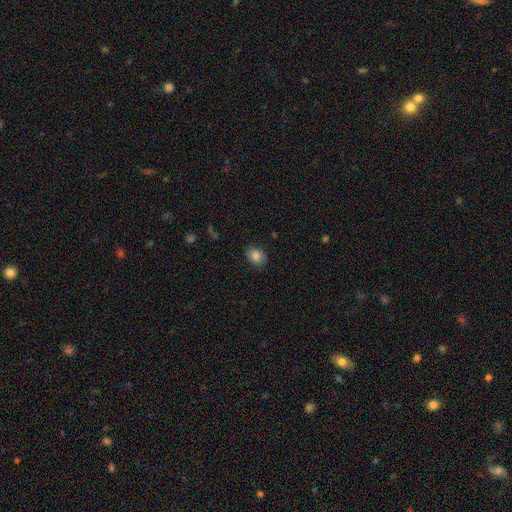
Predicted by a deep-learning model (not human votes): The model was most divided on "how rounded": in between: 64%, round: 35%, cigar-shaped: 1%. More confident: merging — none (85%); smooth or featured — smooth (84%).